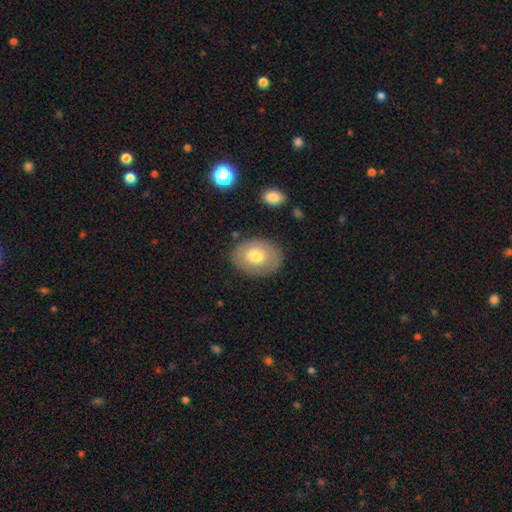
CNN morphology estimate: This appears to be a smooth galaxy with no disk features (65%) that is in between round and cigar-shaped (73%). Merging: none (81%).